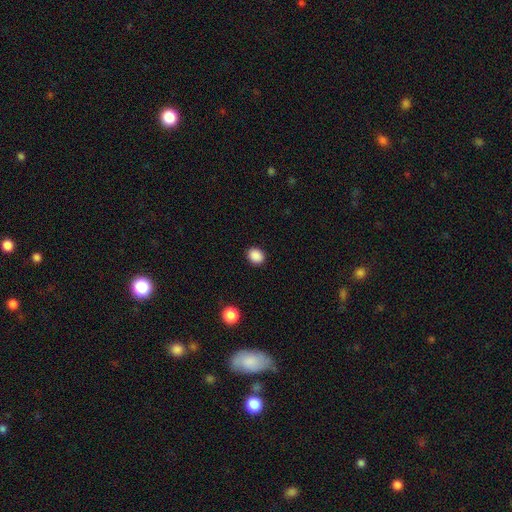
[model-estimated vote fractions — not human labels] smooth-or-featured: smooth: 88% | star or artifact: 9% | featured or disk: 2%
  how-rounded: round: 59% | in between: 40% | cigar-shaped: 1%
  merging: none: 90% | minor disturbance: 6% | major disturbance: 2% | merger: 1%